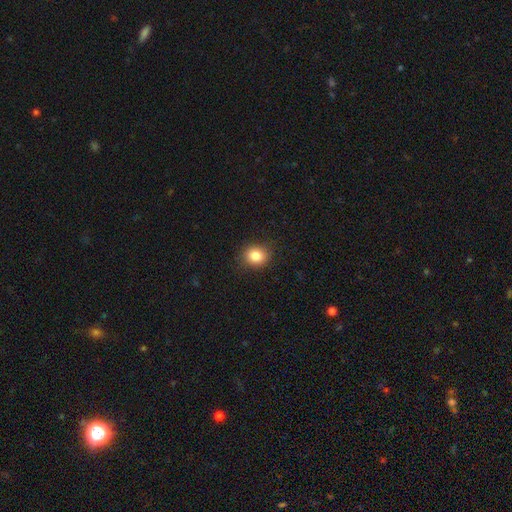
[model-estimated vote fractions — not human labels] This appears to be a smooth galaxy with no disk features (84%) that is round (69%). Merging: none (86%).